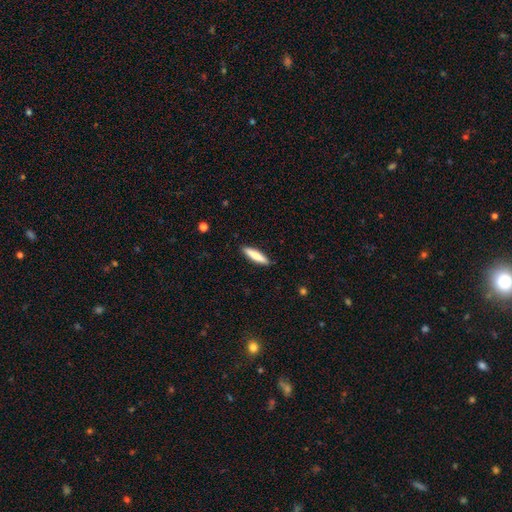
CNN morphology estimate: smooth 73%, featured or disk 22%, star or artifact 5%. Down the decision tree: how rounded — cigar-shaped (80%); merging — none (90%).